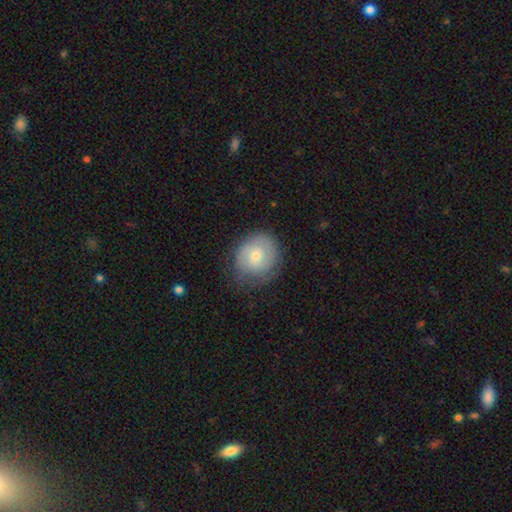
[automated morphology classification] smooth_or_featured: smooth (p=0.59) [alt: featured or disk p=0.33]
how_rounded: round (p=0.81) [alt: in between p=0.18]
merging: none (p=0.72) [alt: minor disturbance p=0.21]